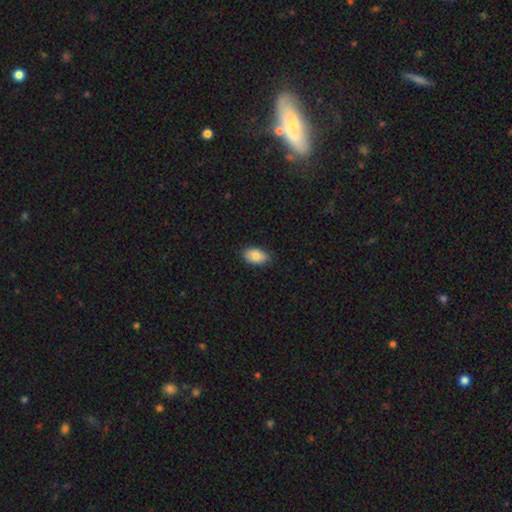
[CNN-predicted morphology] Smooth or featured? smooth (85%)
How rounded? in between (92%)
Merging? none (82%)